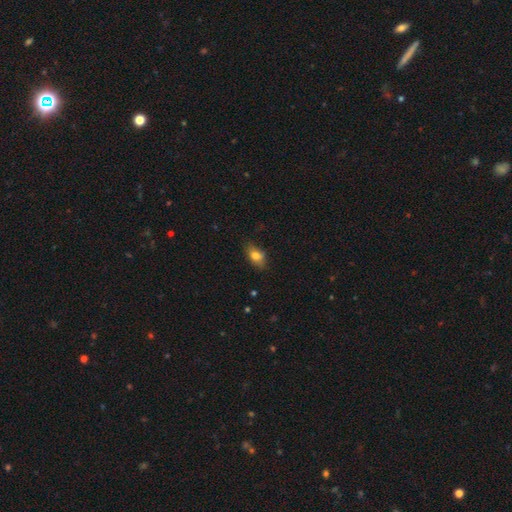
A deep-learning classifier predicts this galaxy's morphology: smooth_or_featured: smooth (p=0.78) [alt: featured or disk p=0.13]
how_rounded: in between (p=0.84) [alt: round p=0.12]
merging: none (p=0.73) [alt: minor disturbance p=0.21]